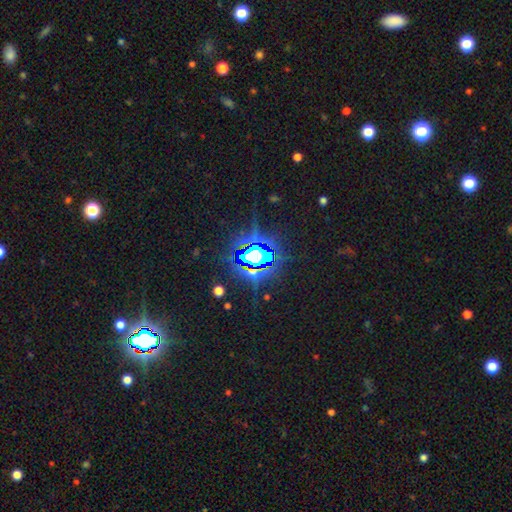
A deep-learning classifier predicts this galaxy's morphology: The model was most divided on "smooth or featured": star or artifact: 77%, smooth: 12%, featured or disk: 11%.